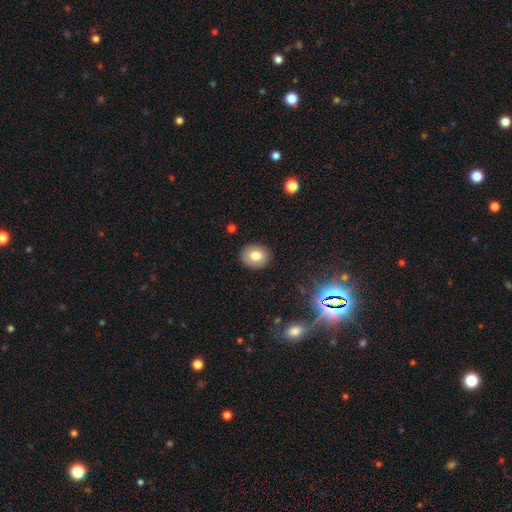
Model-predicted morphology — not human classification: smooth 78%, featured or disk 12%, star or artifact 10%. Down the decision tree: how rounded — round (61%); merging — none (89%).